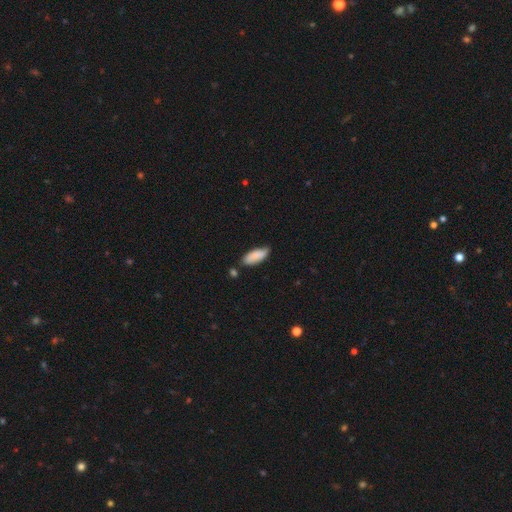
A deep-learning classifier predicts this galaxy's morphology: The model was most divided on "merging": none: 67%, minor disturbance: 23%, merger: 6%, major disturbance: 4%. More confident: smooth or featured — smooth (86%); how rounded — in between (74%).